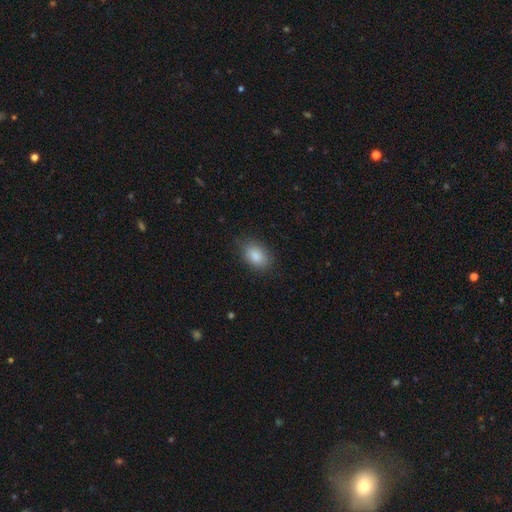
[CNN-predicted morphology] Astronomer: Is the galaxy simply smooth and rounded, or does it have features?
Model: smooth — 87%.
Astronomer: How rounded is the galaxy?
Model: in between — 86%.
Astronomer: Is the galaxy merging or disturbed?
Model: none — 83%.